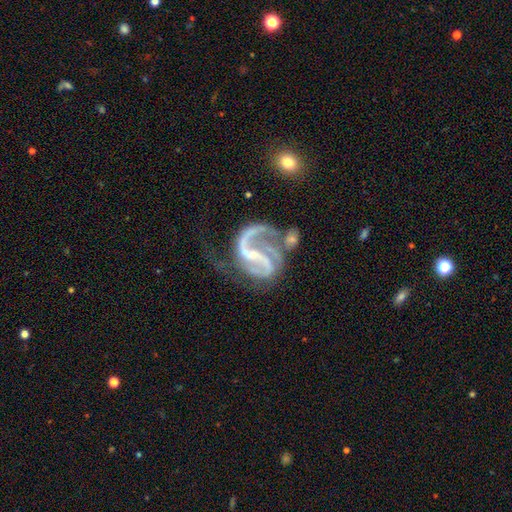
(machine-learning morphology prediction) This appears to be a featured or disk galaxy (92%) with a weak bar (42%), 2 (67%) medium (51%) spiral arms (97%) and a small central bulge (61%). Merging: major disturbance (36%).